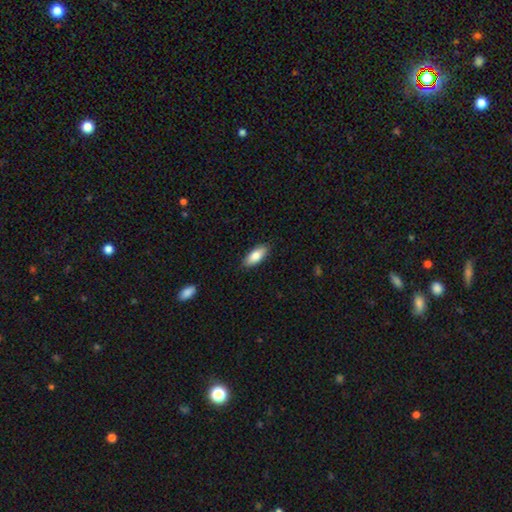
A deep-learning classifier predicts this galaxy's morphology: Smooth or featured: smooth — 81% (featured or disk — 13%)
How rounded: in between — 81% (cigar-shaped — 17%)
Merging: none — 88% (minor disturbance — 9%)